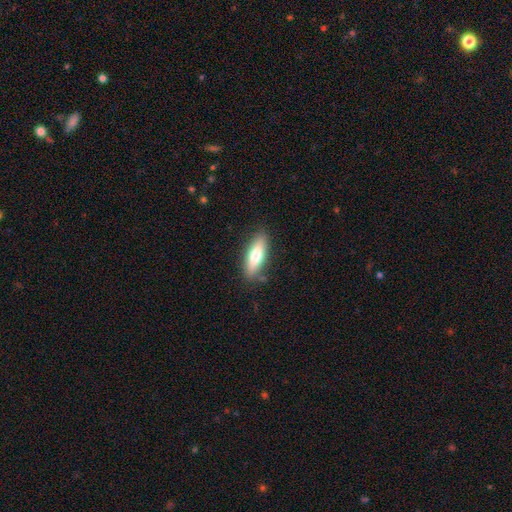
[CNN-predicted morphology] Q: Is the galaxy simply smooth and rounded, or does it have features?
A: smooth — 70%.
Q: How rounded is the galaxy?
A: in between — 53%.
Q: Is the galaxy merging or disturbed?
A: none — 83%.